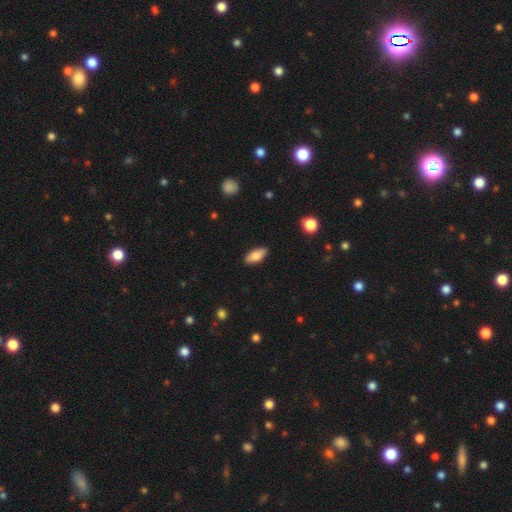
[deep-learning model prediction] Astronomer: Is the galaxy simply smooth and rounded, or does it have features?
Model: smooth — 78%.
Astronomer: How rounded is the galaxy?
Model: in between — 83%.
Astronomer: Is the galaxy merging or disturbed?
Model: none — 88%.